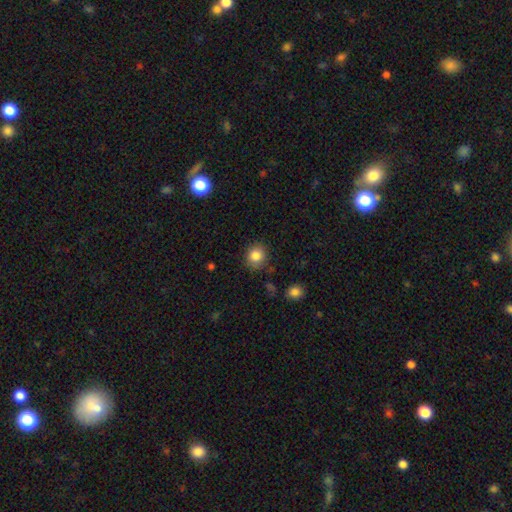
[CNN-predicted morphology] This is clearly a smooth galaxy (84%). How rounded: clearly round (81%). Merging: clearly none (86%).